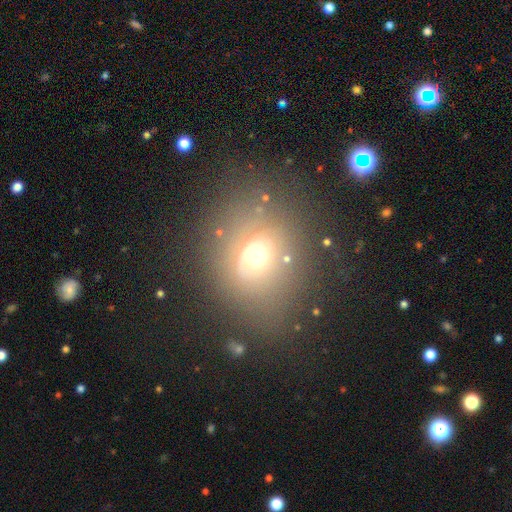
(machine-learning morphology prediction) This is possibly a smooth galaxy (57%). How rounded: likely round (64%). Merging: likely none (69%).